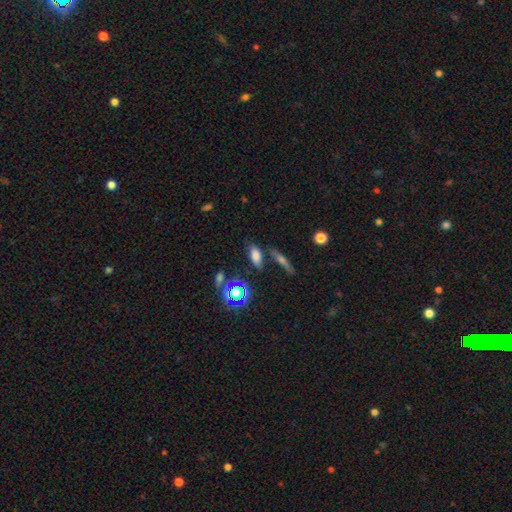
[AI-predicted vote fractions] A smooth galaxy with no disk features (71%) that is in between round and cigar-shaped (75%).

Vote fractions:
- Smooth or featured? smooth: 71% / star or artifact: 17% / featured or disk: 13%
- How rounded? in between: 75% / cigar-shaped: 16% / round: 8%
- Merging? none: 71% / minor disturbance: 15% / merger: 10% / major disturbance: 5%